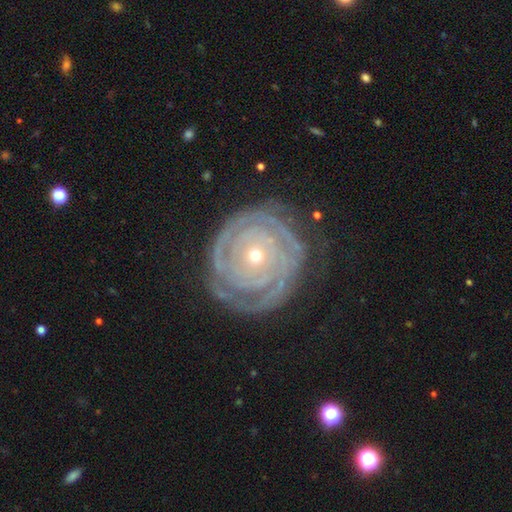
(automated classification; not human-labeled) A featured or disk galaxy (86%) with no bar (83%), 2 (31%) tight (86%) spiral arms (94%) and a small central bulge (72%). Merging: none (75%).